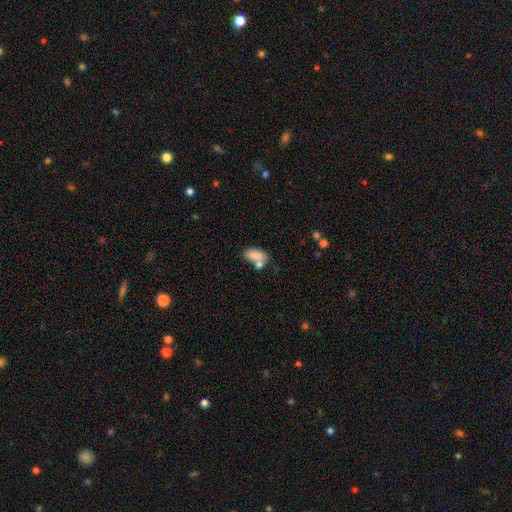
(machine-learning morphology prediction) The model was most divided on "merging": none: 52%, merger: 28%, minor disturbance: 16%, major disturbance: 5%. More confident: how rounded — in between (90%); smooth or featured — smooth (83%).